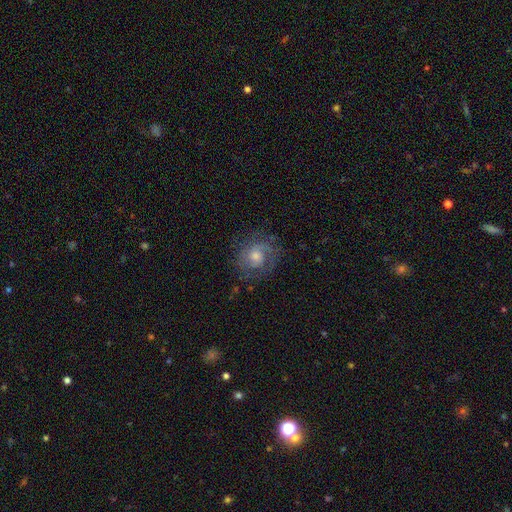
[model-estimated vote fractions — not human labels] The model was most divided on "spiral winding": tight: 50%, medium: 38%, loose: 12%. More confident: edge-on disk — no (97%); spiral arms — yes (91%); merging — none (73%); smooth or featured — featured or disk (72%); bar — no (68%); bulge size — moderate (55%); spiral arm count — 2 (52%).